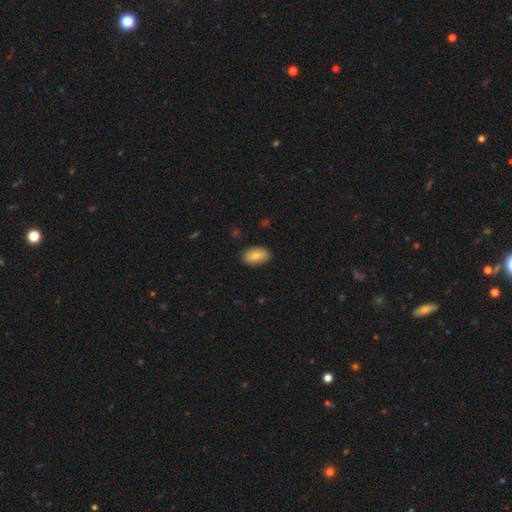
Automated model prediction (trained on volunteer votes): smooth-or-featured: smooth: 79% | featured or disk: 14% | star or artifact: 7%
  how-rounded: in between: 92% | round: 7% | cigar-shaped: 2%
  merging: none: 87% | minor disturbance: 10% | major disturbance: 2% | merger: 1%